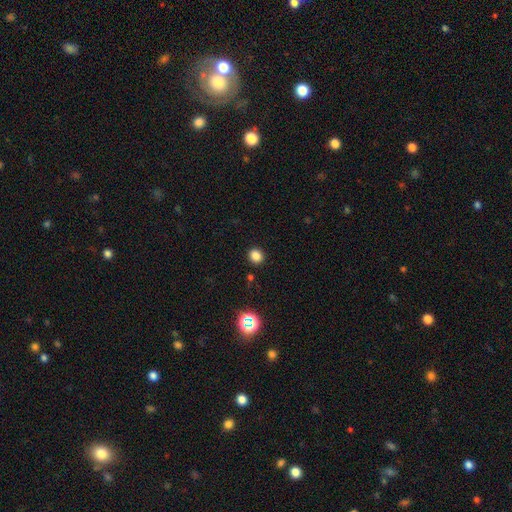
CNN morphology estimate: Smooth or featured: smooth — 82% (star or artifact — 14%)
How rounded: round — 77% (in between — 22%)
Merging: none — 90% (minor disturbance — 6%)